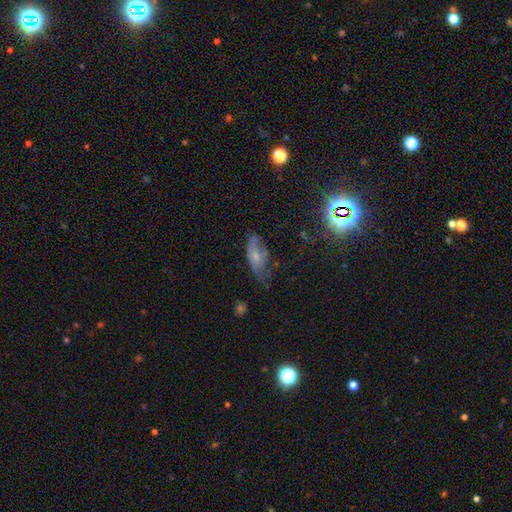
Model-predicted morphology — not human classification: The model was most divided on "merging": none: 46%, minor disturbance: 34%, major disturbance: 17%, merger: 3%. More confident: how rounded — in between (80%); smooth or featured — smooth (55%).